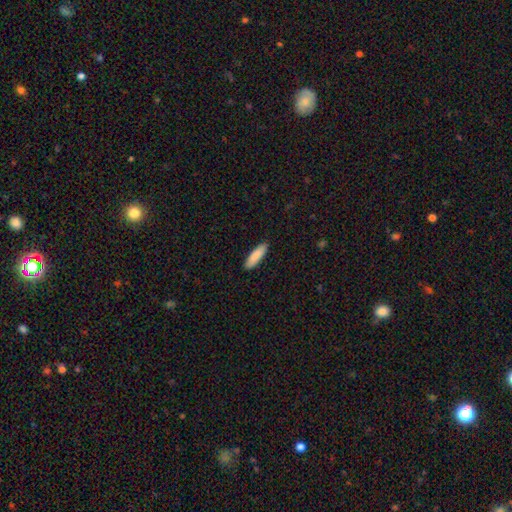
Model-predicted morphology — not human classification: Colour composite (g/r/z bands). It shows a smooth galaxy with no disk features (88%) that is cigar-shaped (61%). Merging: none (90%).